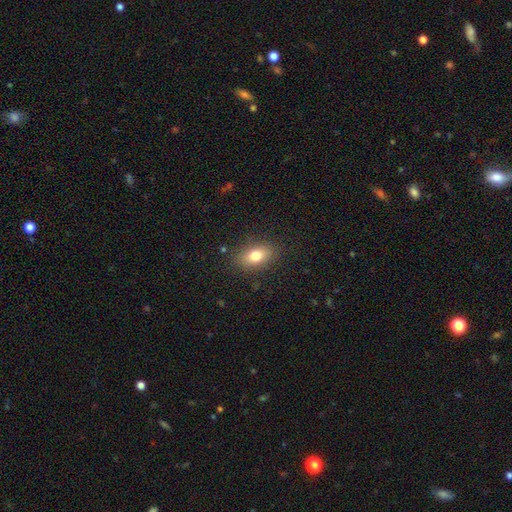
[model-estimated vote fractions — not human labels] smooth 78%, featured or disk 12%, star or artifact 10%. Down the decision tree: how rounded — in between (82%); merging — none (85%).